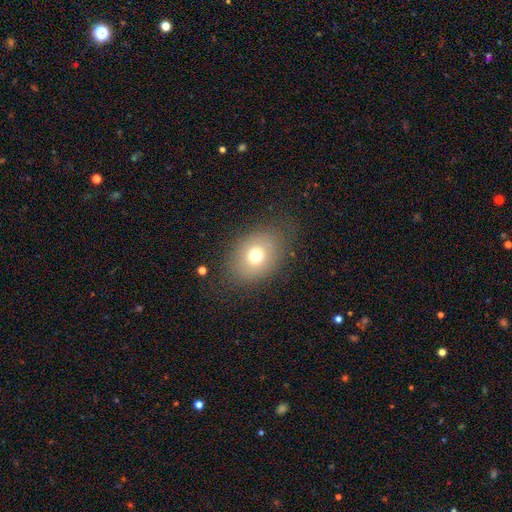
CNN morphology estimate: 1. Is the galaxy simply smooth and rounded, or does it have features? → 70% smooth, 18% featured or disk, 12% star or artifact.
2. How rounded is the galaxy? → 61% in between, 38% round, 1% cigar-shaped.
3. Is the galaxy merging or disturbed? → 75% none, 16% minor disturbance, 8% major disturbance, 1% merger.